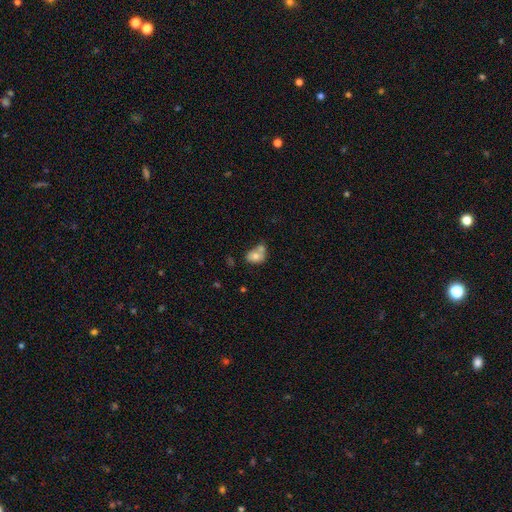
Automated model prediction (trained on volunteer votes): Overall: smooth (70%). How rounded: in between (56%; round 43%). Merging: merger (49%; none 31%).